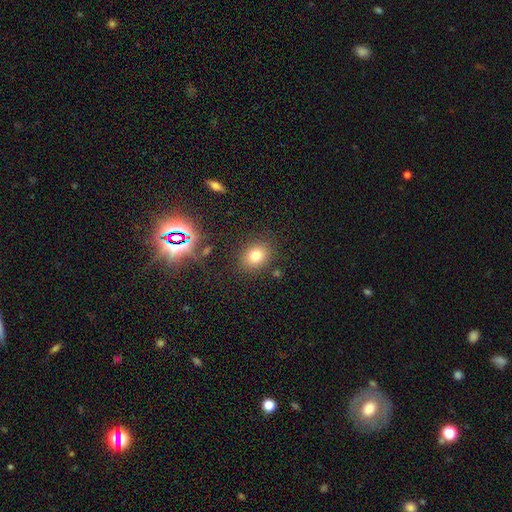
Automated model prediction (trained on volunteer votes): Smooth or featured: smooth — 77% (star or artifact — 15%)
How rounded: round — 56% (in between — 43%)
Merging: none — 85% (minor disturbance — 9%)